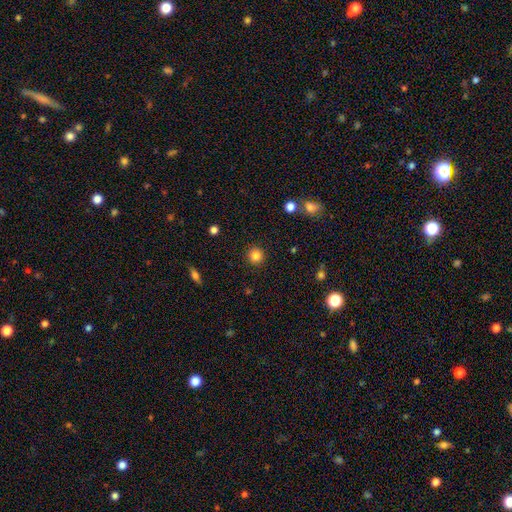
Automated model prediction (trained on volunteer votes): Smooth or featured?
  - smooth: 85% *
  - star or artifact: 11%
  - featured or disk: 4%
How rounded?
  - round: 94% *
  - in between: 5%
  - cigar-shaped: 1%
Merging?
  - none: 92% *
  - minor disturbance: 5%
  - major disturbance: 2%
  - merger: 1%